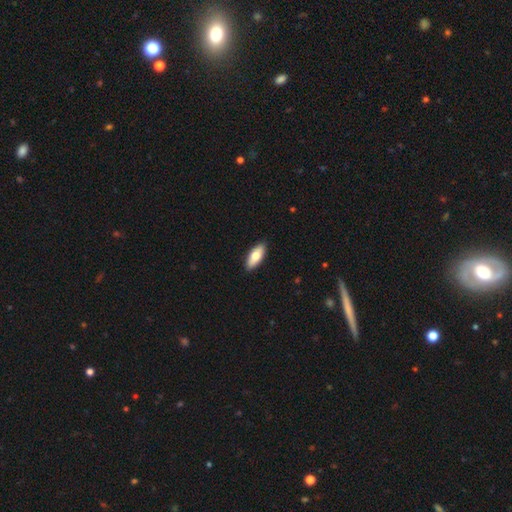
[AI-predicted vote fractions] This is likely a smooth galaxy (73%). How rounded: likely in between (80%). Merging: clearly none (90%).